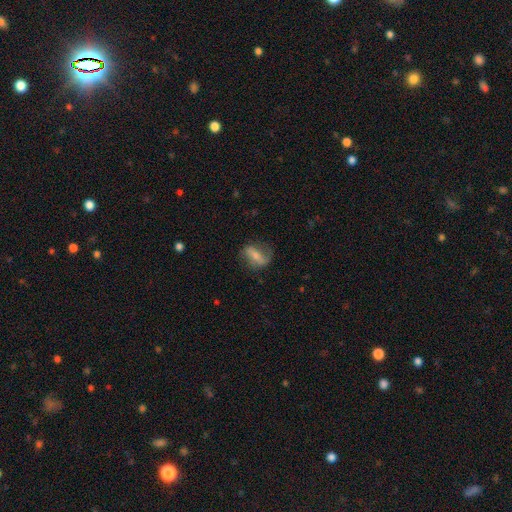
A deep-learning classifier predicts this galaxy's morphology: Smooth or featured? featured or disk (51%)
Edge-on disk? no (85%)
Merging? none (68%)